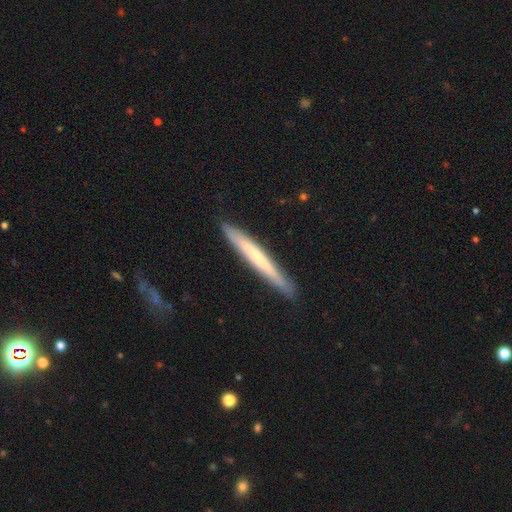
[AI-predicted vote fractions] This appears to be a smooth galaxy with no disk features (48%). Merging: none (88%).